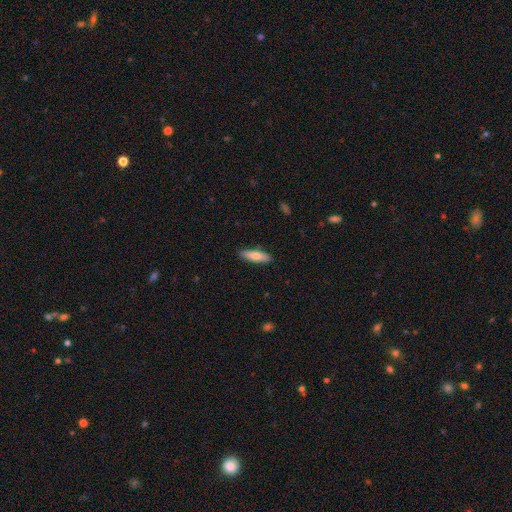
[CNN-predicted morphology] The model was most divided on "how rounded": cigar-shaped: 56%, in between: 42%, round: 2%. More confident: merging — none (89%); smooth or featured — smooth (74%).